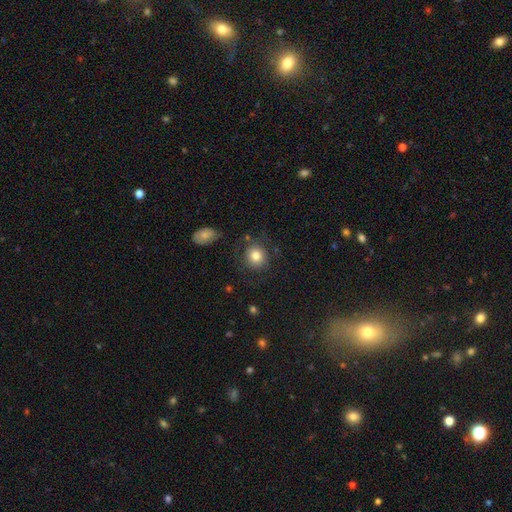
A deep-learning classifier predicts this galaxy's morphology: Smooth or featured?
  - smooth: 79% *
  - featured or disk: 12%
  - star or artifact: 9%
How rounded?
  - round: 84% *
  - in between: 16%
  - cigar-shaped: 1%
Merging?
  - none: 75% *
  - minor disturbance: 13%
  - major disturbance: 8%
  - merger: 4%